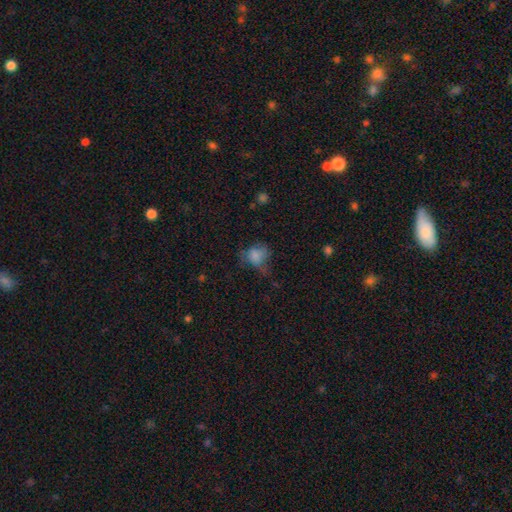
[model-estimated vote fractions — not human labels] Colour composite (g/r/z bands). It shows a smooth galaxy with no disk features (73%) that is round (52%). Merging: major disturbance (34%, tied with none).